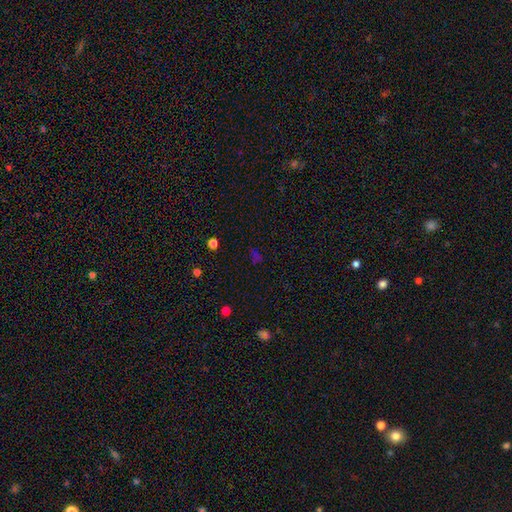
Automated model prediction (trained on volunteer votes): Overall: star or artifact (52%; smooth 40%).